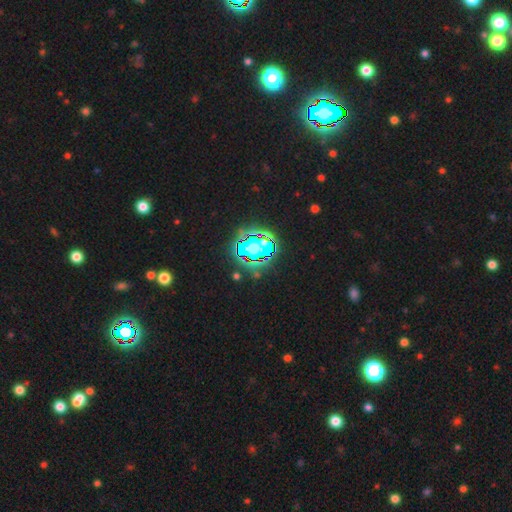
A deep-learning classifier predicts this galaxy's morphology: This is clearly a star or artifact rather than a galaxy (82%).